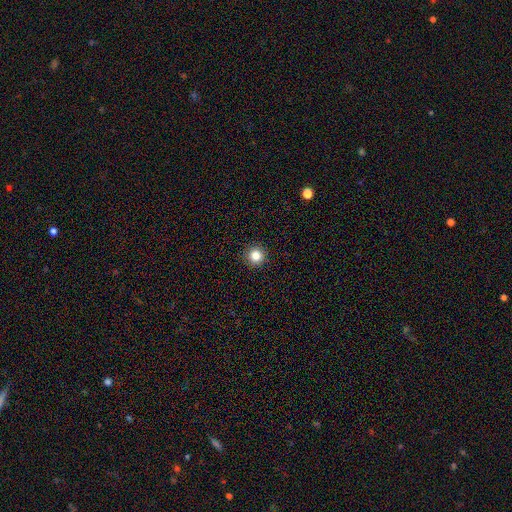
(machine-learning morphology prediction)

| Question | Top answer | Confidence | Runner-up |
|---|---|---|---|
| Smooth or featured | smooth | 83% | star or artifact (12%) |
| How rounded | round | 96% | in between (3%) |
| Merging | none | 93% | minor disturbance (4%) |